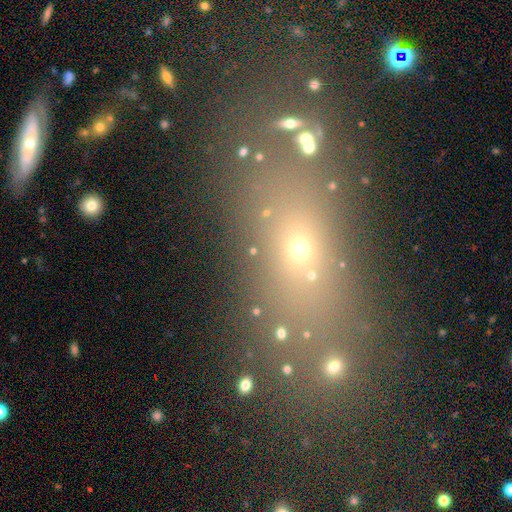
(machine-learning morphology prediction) smooth-or-featured: smooth: 47% | star or artifact: 35% | featured or disk: 18%
  merging: none: 69% | minor disturbance: 13% | merger: 10% | major disturbance: 8%